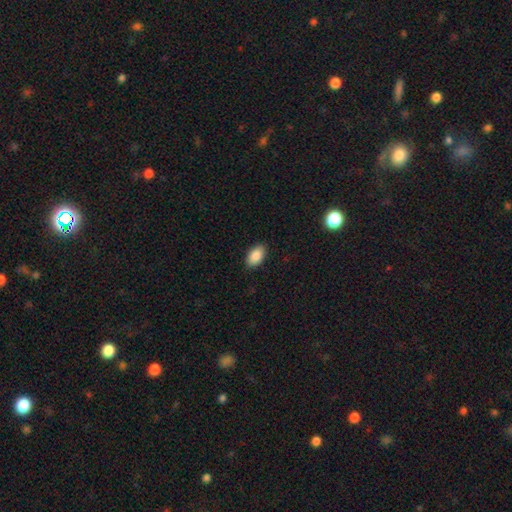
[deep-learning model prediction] Overall: smooth (89%). How rounded: in between (94%). Merging: none (89%).